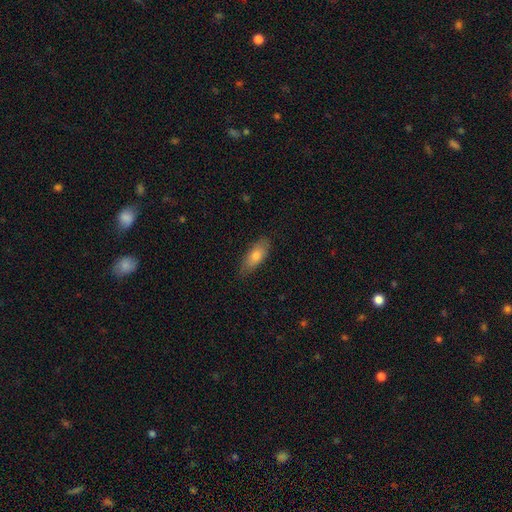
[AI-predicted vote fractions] Morphology: type=smooth (76%); roundness=in between (75%); merging=none (81%).